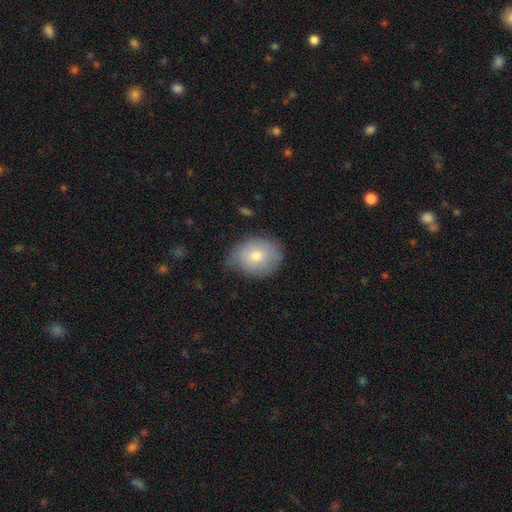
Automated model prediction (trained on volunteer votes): This is likely a smooth galaxy (71%). How rounded: possibly round (55%). Merging: possibly none (56%).